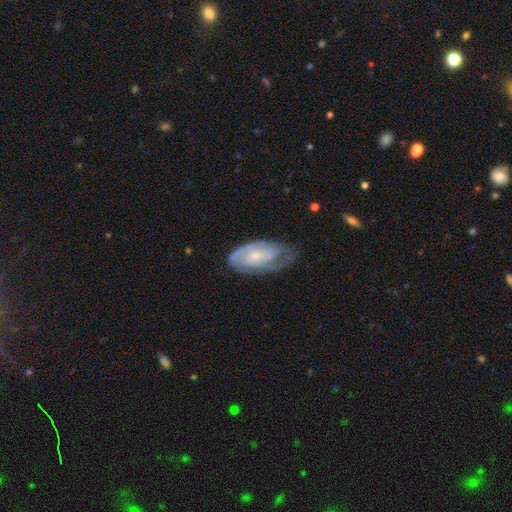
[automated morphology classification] A featured or disk galaxy (79%) with no bar (55%), 2 (53%) tight (49%) spiral arms (94%) and a small central bulge (67%).

Vote fractions:
- Smooth or featured? featured or disk: 79% / smooth: 15% / star or artifact: 5%
- Edge-on disk? no: 95% / yes: 5%
- Bar? no: 55% / weak: 37% / strong: 8%
- Spiral arms? yes: 94% / no: 6%
- Spiral winding? tight: 49% / medium: 40% / loose: 11%
- Spiral arm count? 2: 53% / can't tell: 22% / 3: 13% / 1: 6% / 4: 3% / more than 4: 3%
- Bulge size? small: 67% / moderate: 25% / none: 5% / large: 1% / dominant: 1%
- Merging? none: 61% / minor disturbance: 26% / major disturbance: 12% / merger: 2%